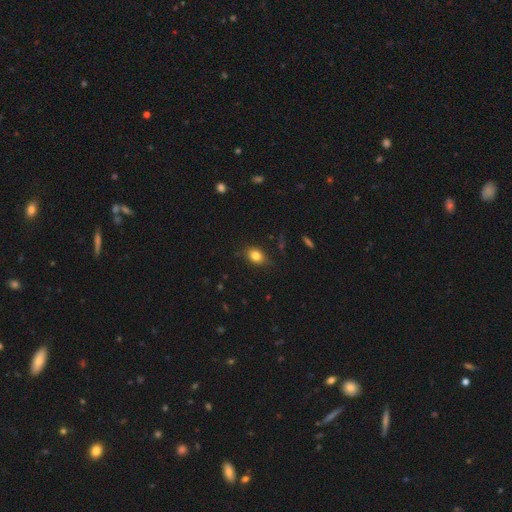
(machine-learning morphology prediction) Q: Smooth or featured?
A: smooth (82%); runner-up: star or artifact (10%)
Q: How rounded?
A: in between (67%); runner-up: round (31%)
Q: Merging?
A: none (80%); runner-up: minor disturbance (16%)